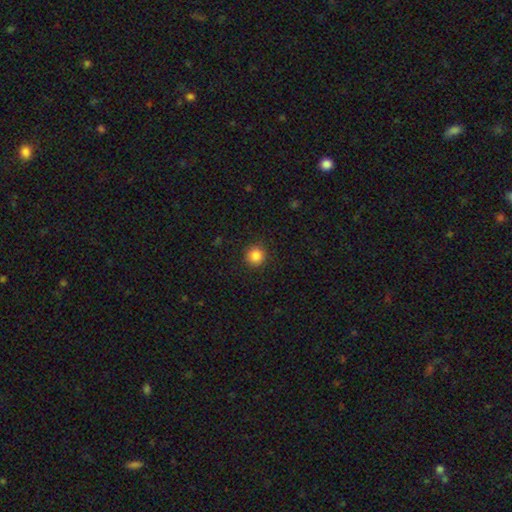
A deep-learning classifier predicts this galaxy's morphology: A smooth galaxy with no disk features (86%) that is round (94%).

Vote fractions:
- Smooth or featured? smooth: 86% / star or artifact: 10% / featured or disk: 4%
- How rounded? round: 94% / in between: 5% / cigar-shaped: 1%
- Merging? none: 91% / minor disturbance: 6% / major disturbance: 2% / merger: 1%